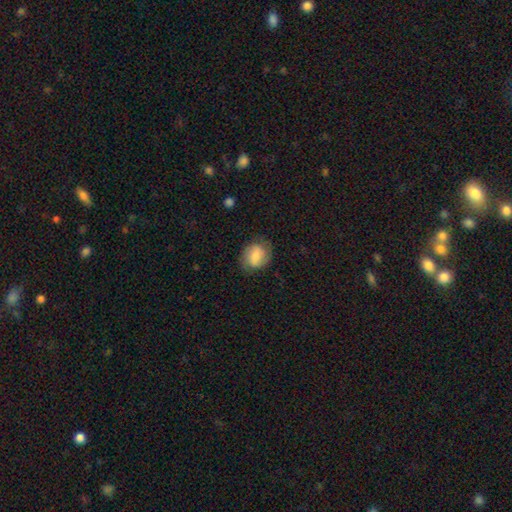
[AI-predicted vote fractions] Q: Smooth or featured?
A: smooth (66%); runner-up: featured or disk (26%)
Q: How rounded?
A: round (55%); runner-up: in between (44%)
Q: Merging?
A: none (74%); runner-up: minor disturbance (18%)